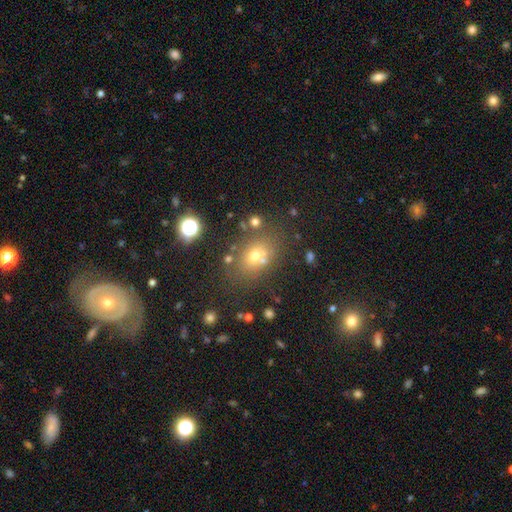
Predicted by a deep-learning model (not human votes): Smooth or featured? smooth (62%)
How rounded? in between (58%)
Merging? none (68%)